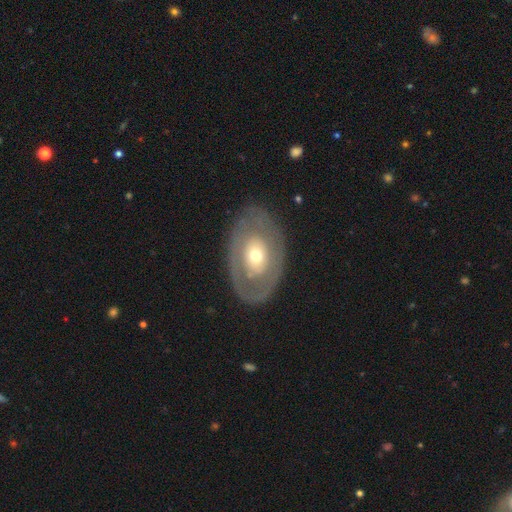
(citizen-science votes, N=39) smooth-or-featured: smooth: 49% | featured or disk: 46% | star or artifact: 5%
  how-rounded: in between: 74% | round: 21% | cigar-shaped: 5%
  merging: none: 62% | minor disturbance: 24% | major disturbance: 14% | merger: 0%